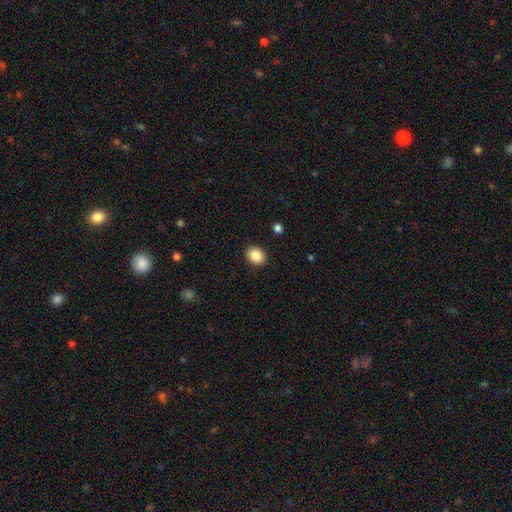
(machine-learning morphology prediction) type=smooth (87%); roundness=round (63%); merging=none (91%).